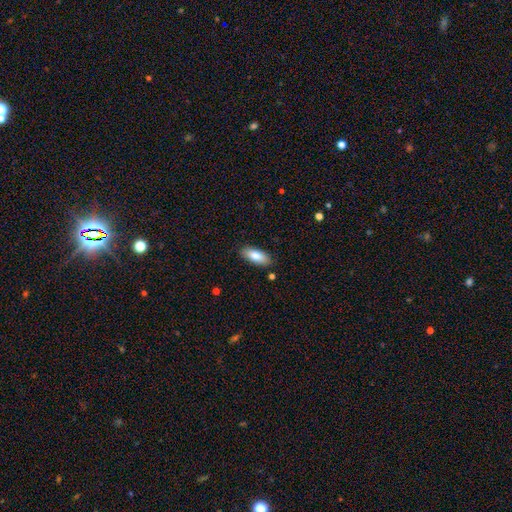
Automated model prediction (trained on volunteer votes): The model was most divided on "how rounded": in between: 81%, cigar-shaped: 17%, round: 2%. More confident: merging — none (87%); smooth or featured — smooth (81%).